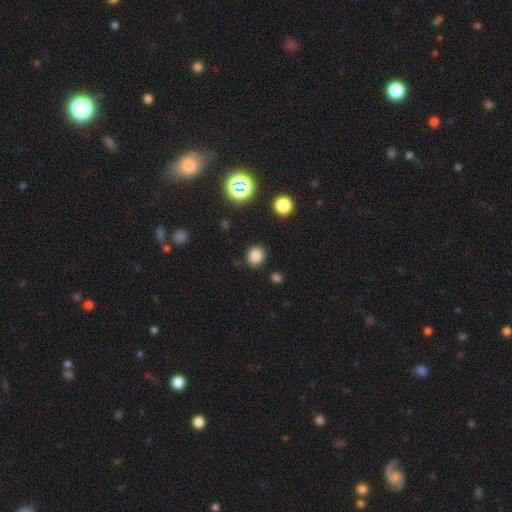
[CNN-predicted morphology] Q: Smooth or featured?
A: smooth (82%); runner-up: star or artifact (14%)
Q: How rounded?
A: round (72%); runner-up: in between (27%)
Q: Merging?
A: none (85%); runner-up: minor disturbance (10%)